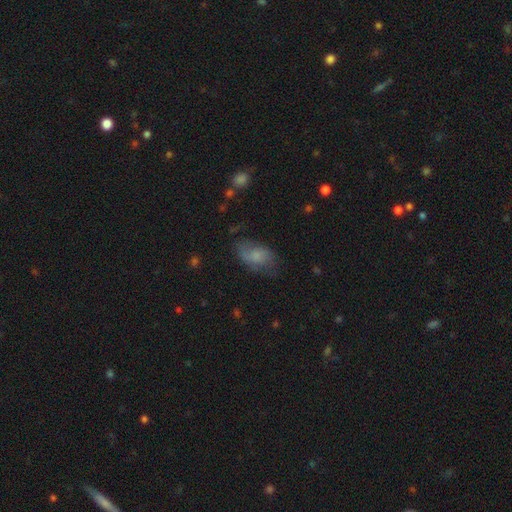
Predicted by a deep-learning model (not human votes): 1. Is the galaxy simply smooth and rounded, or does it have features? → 63% smooth, 28% featured or disk, 10% star or artifact.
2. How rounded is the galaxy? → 90% in between, 7% round, 3% cigar-shaped.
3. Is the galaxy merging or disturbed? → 56% none, 28% minor disturbance, 15% major disturbance, 2% merger.